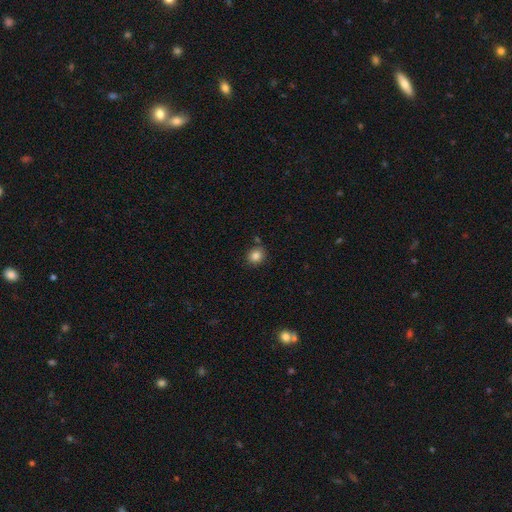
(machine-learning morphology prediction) Overall: smooth (85%). How rounded: round (81%). Merging: none (82%).